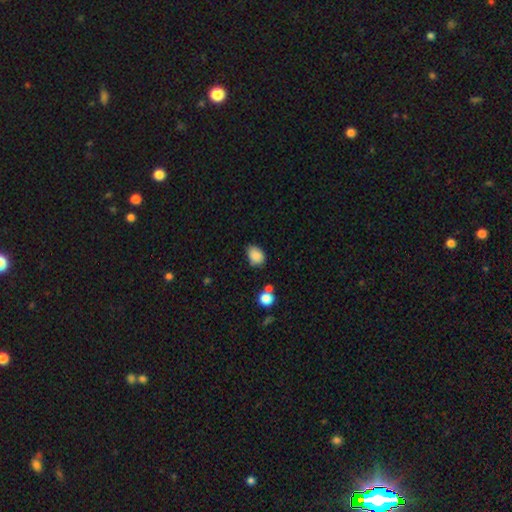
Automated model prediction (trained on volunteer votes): Smooth or featured? Predicted: smooth (p=0.86). How rounded? Predicted: in between (p=0.74). Merging? Predicted: none (p=0.67).